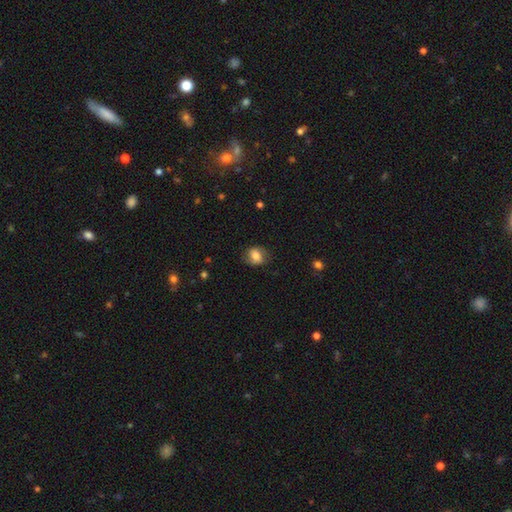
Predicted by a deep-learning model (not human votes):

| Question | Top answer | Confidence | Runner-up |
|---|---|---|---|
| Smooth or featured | smooth | 73% | featured or disk (18%) |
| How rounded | in between | 55% | round (44%) |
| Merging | none | 73% | minor disturbance (19%) |